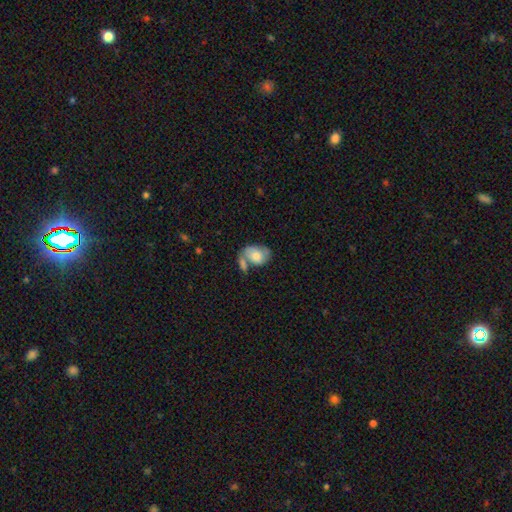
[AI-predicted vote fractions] Smooth or featured?
  - smooth: 64% *
  - featured or disk: 29%
  - star or artifact: 7%
How rounded?
  - in between: 78% *
  - round: 21%
  - cigar-shaped: 1%
Merging?
  - merger: 38% *
  - none: 32%
  - minor disturbance: 20%
  - major disturbance: 11%